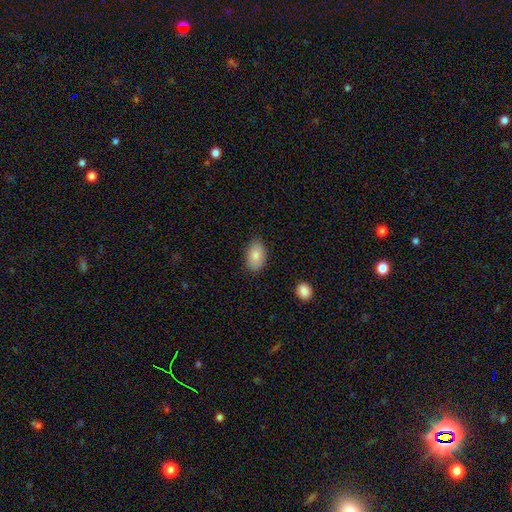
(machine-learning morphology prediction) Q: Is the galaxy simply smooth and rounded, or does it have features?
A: smooth — 84%.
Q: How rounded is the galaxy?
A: in between — 91%.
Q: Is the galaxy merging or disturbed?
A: none — 84%.